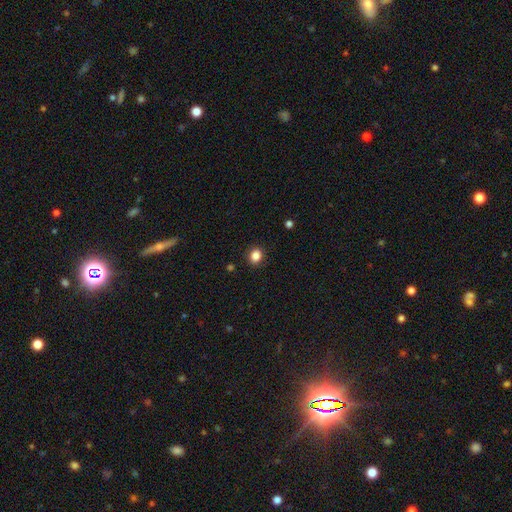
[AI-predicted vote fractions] Q: Smooth or featured?
A: smooth (85%); runner-up: star or artifact (11%)
Q: How rounded?
A: round (69%); runner-up: in between (30%)
Q: Merging?
A: none (90%); runner-up: minor disturbance (7%)